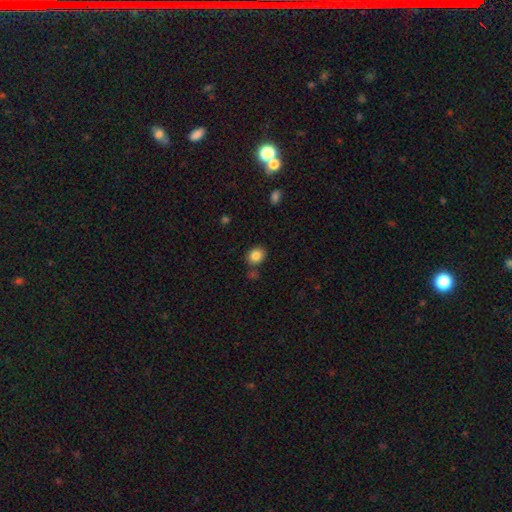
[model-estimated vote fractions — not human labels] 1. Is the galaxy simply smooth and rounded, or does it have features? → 85% smooth, 10% star or artifact, 6% featured or disk.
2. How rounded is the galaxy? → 63% round, 36% in between, 1% cigar-shaped.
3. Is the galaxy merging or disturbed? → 79% none, 12% minor disturbance, 6% merger, 3% major disturbance.